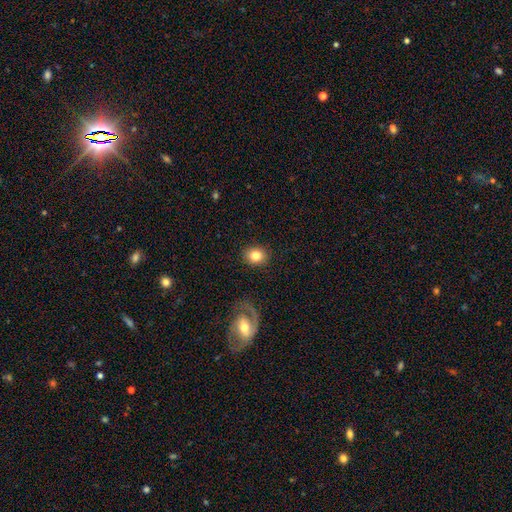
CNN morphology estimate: Smooth or featured?
  - smooth: 82% *
  - featured or disk: 10%
  - star or artifact: 9%
How rounded?
  - round: 61% *
  - in between: 38%
  - cigar-shaped: 1%
Merging?
  - none: 88% *
  - minor disturbance: 8%
  - major disturbance: 3%
  - merger: 2%